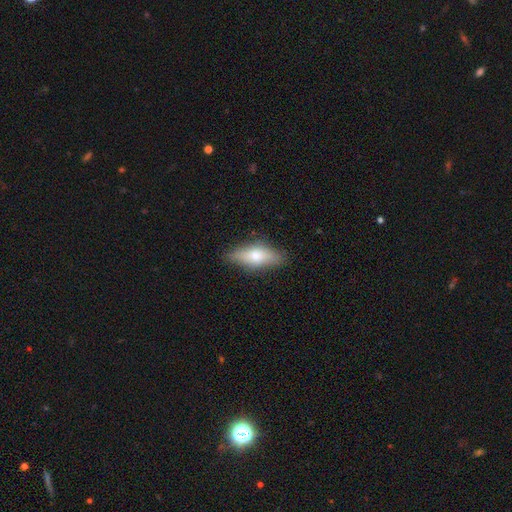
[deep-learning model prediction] Smooth or featured?
  - smooth: 61% *
  - featured or disk: 32%
  - star or artifact: 7%
How rounded?
  - in between: 66% *
  - cigar-shaped: 30%
  - round: 4%
Merging?
  - none: 80% *
  - minor disturbance: 15%
  - major disturbance: 4%
  - merger: 1%